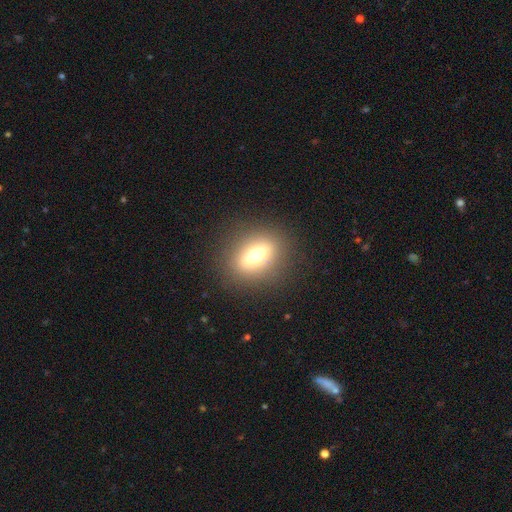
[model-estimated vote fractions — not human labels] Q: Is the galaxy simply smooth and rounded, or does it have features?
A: smooth — 59%.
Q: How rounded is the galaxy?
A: in between — 61%.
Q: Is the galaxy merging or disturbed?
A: none — 85%.